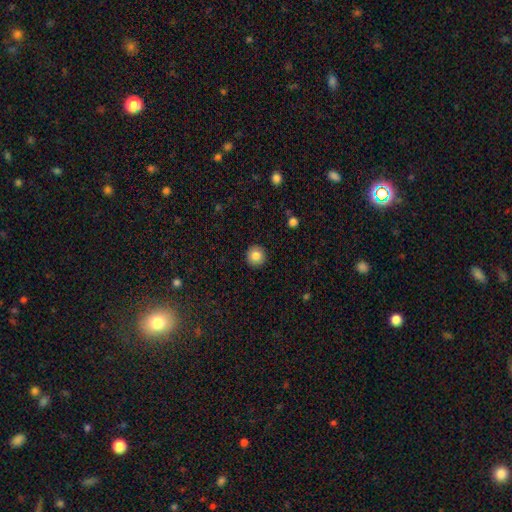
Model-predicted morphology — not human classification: Smooth or featured? smooth (83%)
How rounded? round (94%)
Merging? none (92%)